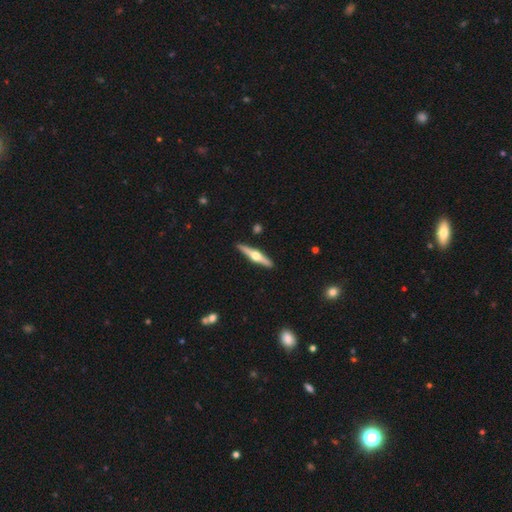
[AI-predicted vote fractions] This appears to be a featured or disk galaxy (74%) viewed edge-on (98%) with a rounded central bulge (96%). Merging: none (92%).